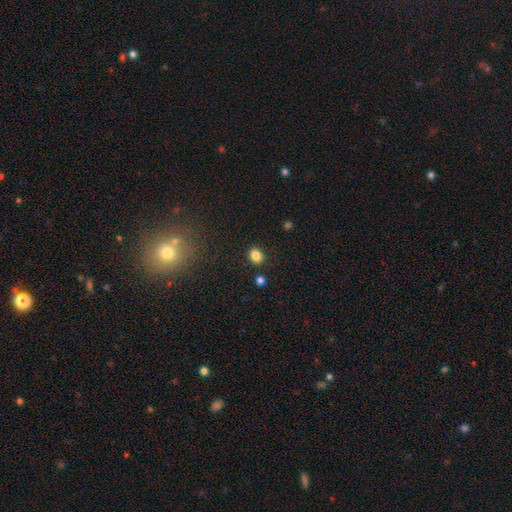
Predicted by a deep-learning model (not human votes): A smooth galaxy with no disk features (84%) that is in between round and cigar-shaped (56%).

Vote fractions:
- Smooth or featured? smooth: 84% / star or artifact: 11% / featured or disk: 5%
- How rounded? in between: 56% / round: 43% / cigar-shaped: 1%
- Merging? none: 84% / minor disturbance: 9% / merger: 4% / major disturbance: 3%